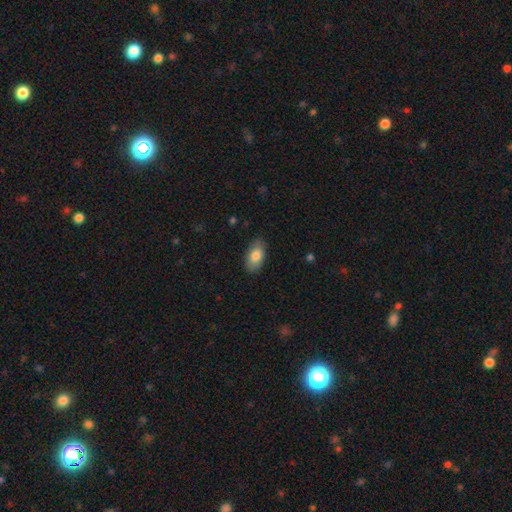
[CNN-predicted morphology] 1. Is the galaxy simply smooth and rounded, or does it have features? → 83% smooth, 11% featured or disk, 6% star or artifact.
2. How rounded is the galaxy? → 94% in between, 3% round, 3% cigar-shaped.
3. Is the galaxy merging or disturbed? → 86% none, 11% minor disturbance, 2% major disturbance, 1% merger.